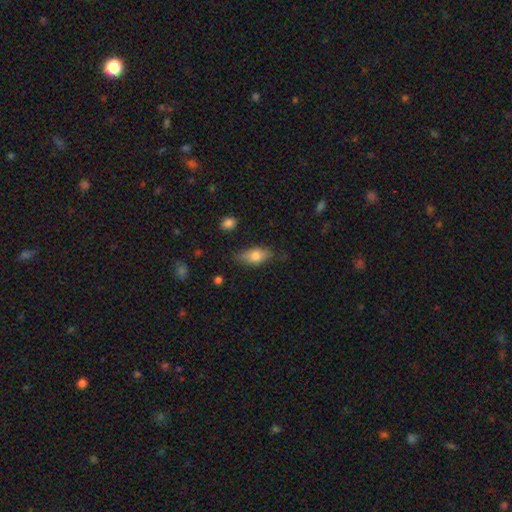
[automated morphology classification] A smooth galaxy with no disk features (67%) that is in between round and cigar-shaped (77%). Merging: none (74%).